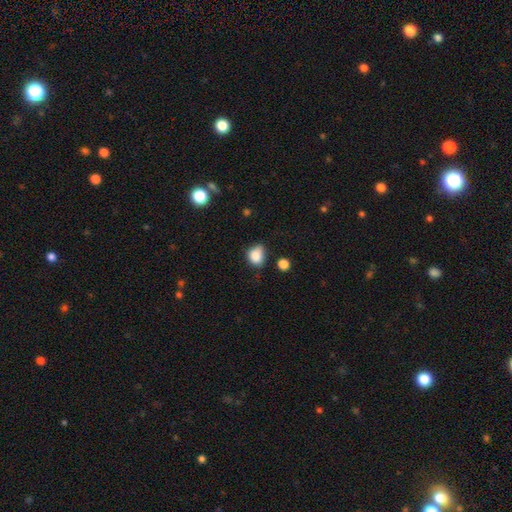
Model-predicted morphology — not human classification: Overall: smooth (84%). How rounded: round (52%; in between 47%). Merging: none (48%; minor disturbance 37%).